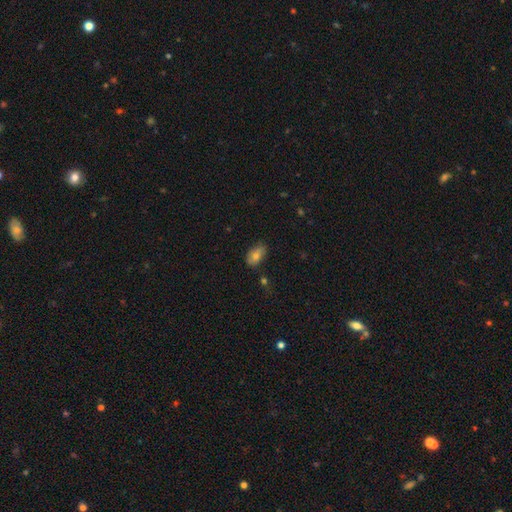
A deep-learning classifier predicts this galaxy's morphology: This appears to be a smooth galaxy with no disk features (72%) that is in between round and cigar-shaped (91%). Merging: none (73%).